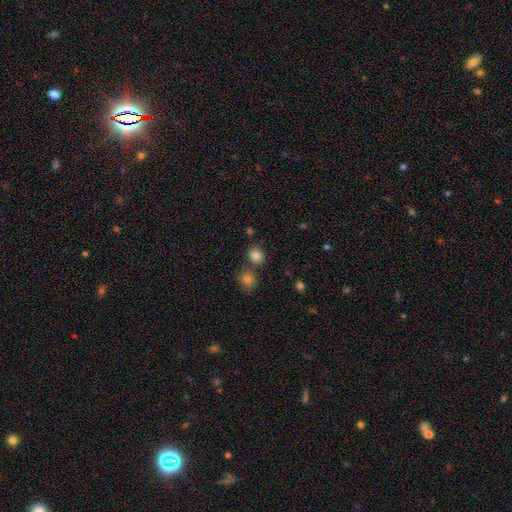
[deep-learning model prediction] Morphology: type=smooth (83%); roundness=round (66%); merging=none (69%).